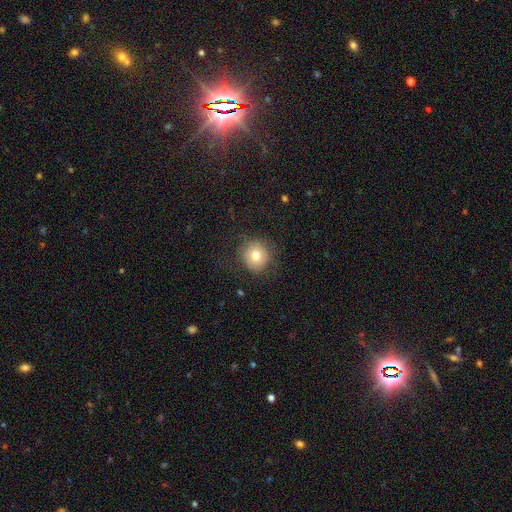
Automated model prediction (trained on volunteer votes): A smooth galaxy with no disk features (76%) that is round (91%).

Vote fractions:
- Smooth or featured? smooth: 76% / featured or disk: 13% / star or artifact: 12%
- How rounded? round: 91% / in between: 8% / cigar-shaped: 1%
- Merging? none: 84% / minor disturbance: 11% / major disturbance: 5% / merger: 1%